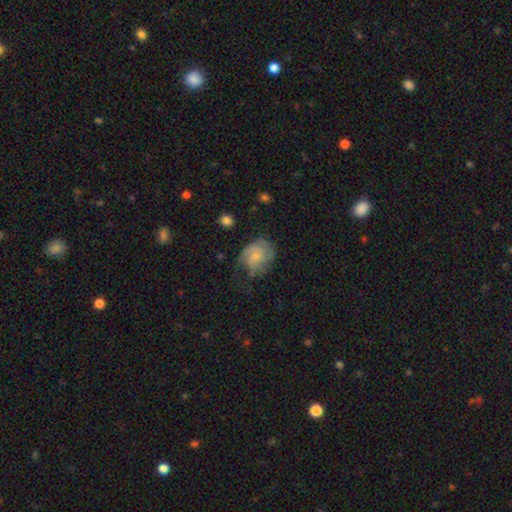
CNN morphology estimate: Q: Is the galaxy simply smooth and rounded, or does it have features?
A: smooth — 48%.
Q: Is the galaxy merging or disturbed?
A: none — 47%.